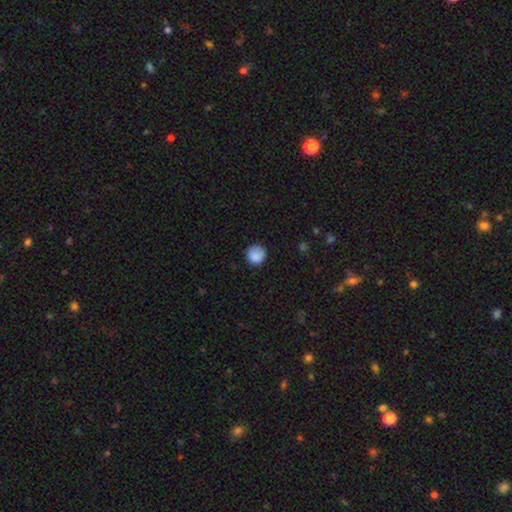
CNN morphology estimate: A smooth galaxy with no disk features (87%) that is round (92%). Merging: none (83%).